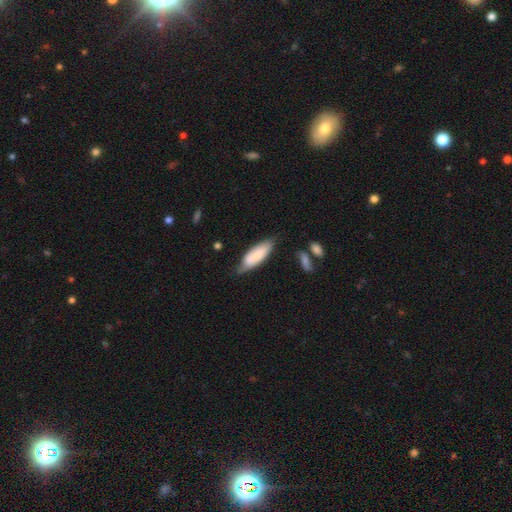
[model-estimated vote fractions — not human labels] Smooth or featured?
  - smooth: 80% *
  - featured or disk: 14%
  - star or artifact: 6%
How rounded?
  - in between: 61% *
  - cigar-shaped: 37%
  - round: 2%
Merging?
  - none: 63% *
  - minor disturbance: 28%
  - major disturbance: 6%
  - merger: 3%